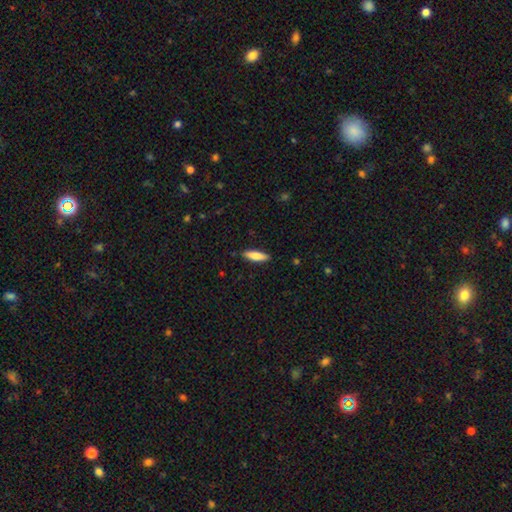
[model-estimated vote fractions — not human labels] Smooth or featured? smooth (79%)
How rounded? cigar-shaped (60%)
Merging? none (88%)